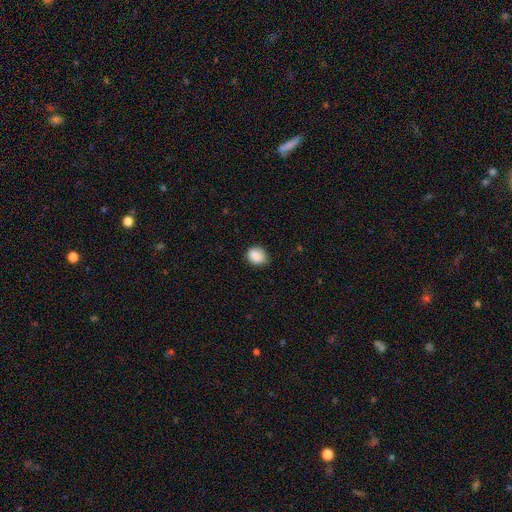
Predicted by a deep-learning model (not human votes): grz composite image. It shows a smooth galaxy with no disk features (88%) that is round (53%). Merging: none (75%).